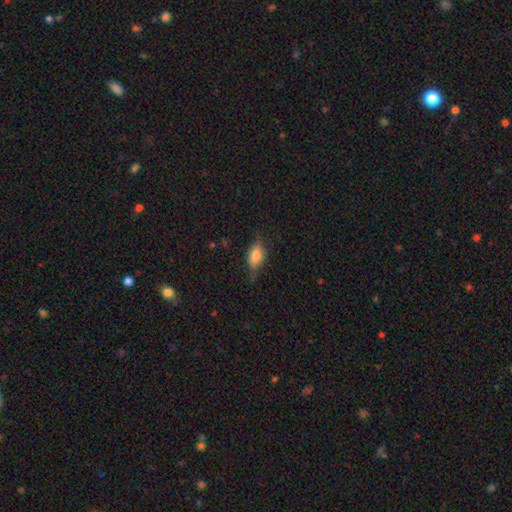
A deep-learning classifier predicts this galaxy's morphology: smooth-or-featured: smooth: 69% | featured or disk: 22% | star or artifact: 9%
  how-rounded: in between: 83% | cigar-shaped: 10% | round: 7%
  merging: none: 65% | minor disturbance: 26% | major disturbance: 7% | merger: 1%